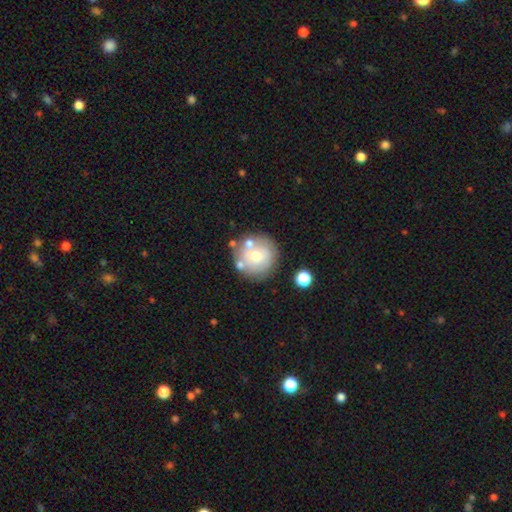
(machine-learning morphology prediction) A smooth galaxy with no disk features (57%) that is round (92%). Merging: none (68%).